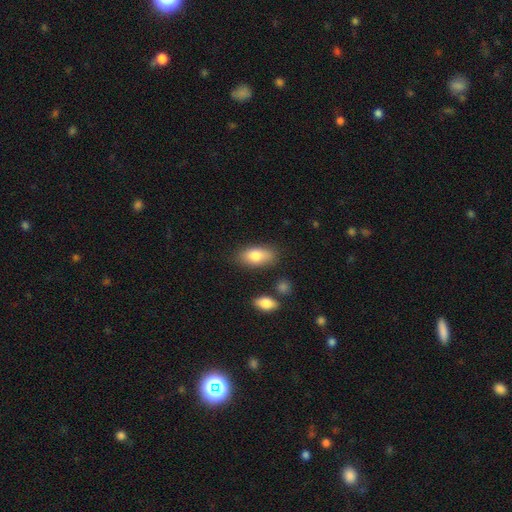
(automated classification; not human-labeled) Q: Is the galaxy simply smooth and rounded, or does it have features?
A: smooth — 80%.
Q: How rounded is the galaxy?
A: in between — 89%.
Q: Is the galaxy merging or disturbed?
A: none — 79%.